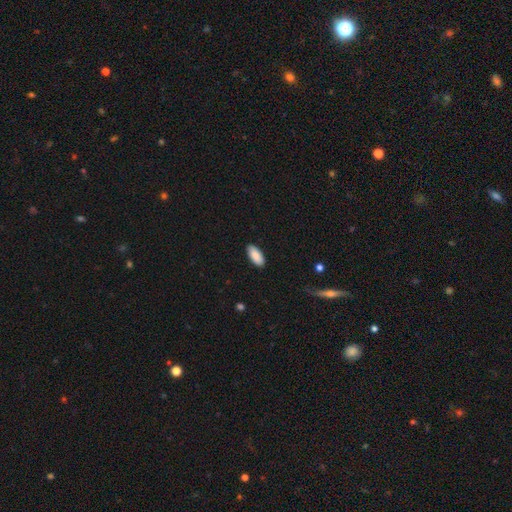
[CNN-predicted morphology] A smooth galaxy with no disk features (90%) that is in between round and cigar-shaped (88%).

Vote fractions:
- Smooth or featured? smooth: 90% / star or artifact: 6% / featured or disk: 5%
- How rounded? in between: 88% / cigar-shaped: 11% / round: 2%
- Merging? none: 90% / minor disturbance: 8% / major disturbance: 2% / merger: 1%